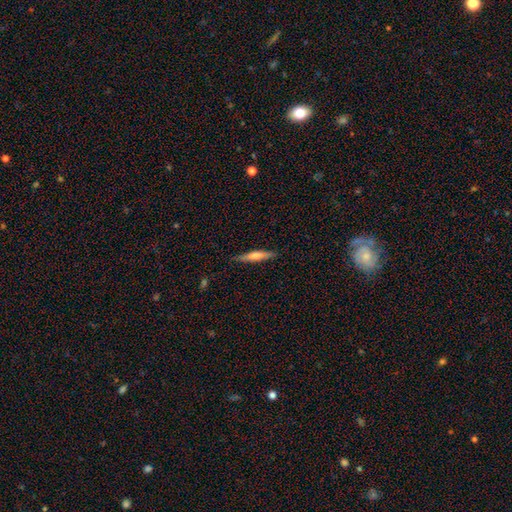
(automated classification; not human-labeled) Overall: smooth (62%; featured or disk 33%). How rounded: cigar-shaped (90%). Merging: none (86%).